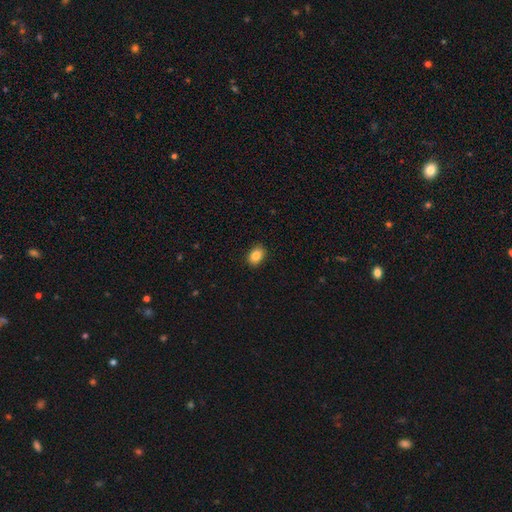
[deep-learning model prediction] A smooth galaxy with no disk features (86%) that is in between round and cigar-shaped (76%). Merging: none (89%).